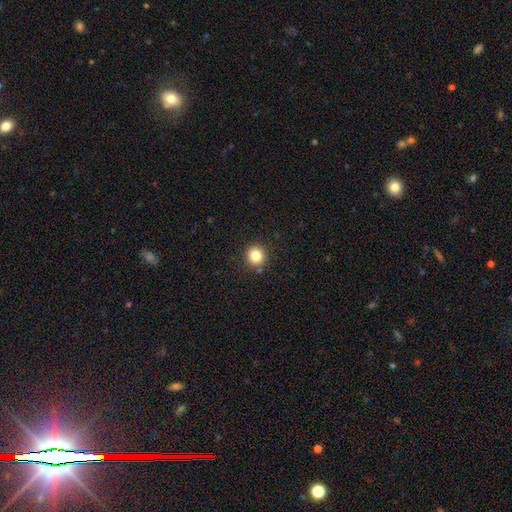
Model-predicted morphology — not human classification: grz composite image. It shows a smooth galaxy with no disk features (83%) that is round (92%). Merging: none (89%).